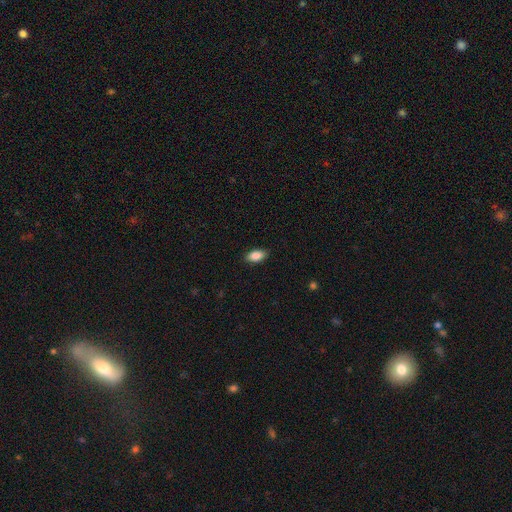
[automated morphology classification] Q: Smooth or featured?
A: smooth (87%); runner-up: star or artifact (7%)
Q: How rounded?
A: in between (91%); runner-up: cigar-shaped (5%)
Q: Merging?
A: none (86%); runner-up: minor disturbance (11%)